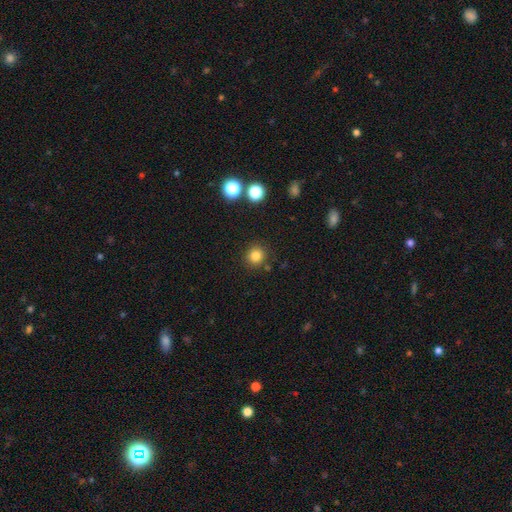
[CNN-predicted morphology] Q: Smooth or featured?
A: smooth (82%); runner-up: star or artifact (13%)
Q: How rounded?
A: round (90%); runner-up: in between (9%)
Q: Merging?
A: none (87%); runner-up: minor disturbance (7%)